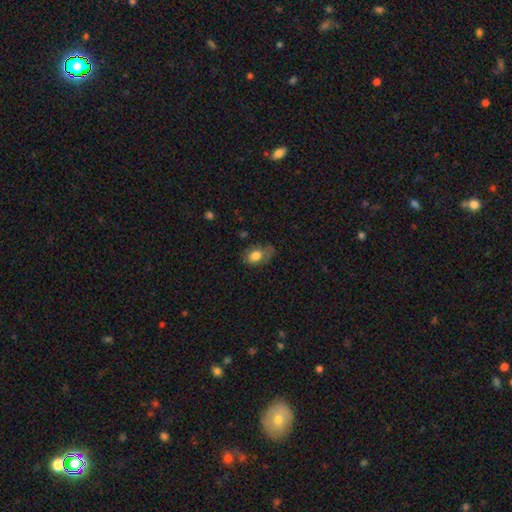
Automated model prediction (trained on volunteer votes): Smooth or featured? Predicted: smooth (p=0.75). How rounded? Predicted: in between (p=0.81). Merging? Predicted: none (p=0.48).